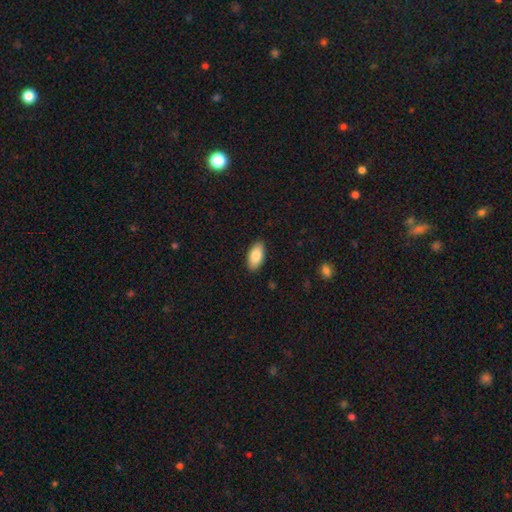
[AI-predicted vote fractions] A smooth galaxy with no disk features (82%) that is in between round and cigar-shaped (92%). Merging: none (89%).